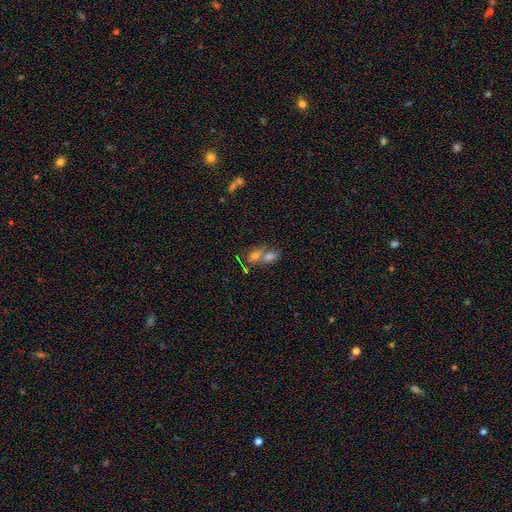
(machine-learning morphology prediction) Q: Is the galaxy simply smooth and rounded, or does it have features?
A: smooth — 51%.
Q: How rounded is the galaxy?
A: in between — 53%.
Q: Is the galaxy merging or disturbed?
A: merger — 56%.